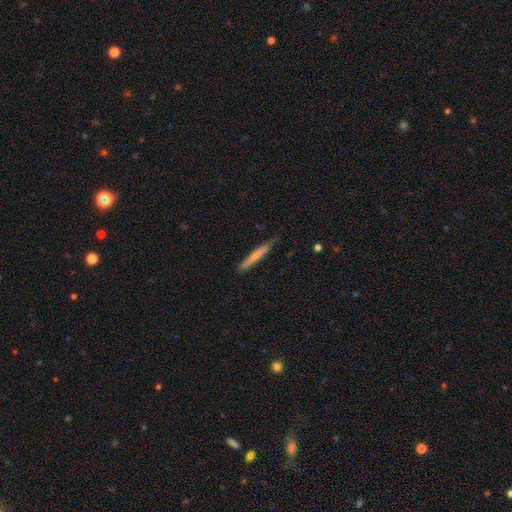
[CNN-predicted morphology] smooth_or_featured: smooth (p=0.67) [alt: featured or disk p=0.28]
how_rounded: cigar-shaped (p=0.96) [alt: in between p=0.03]
merging: none (p=0.82) [alt: minor disturbance p=0.14]